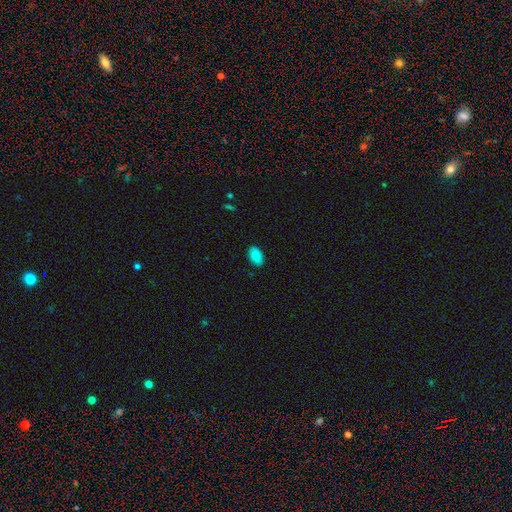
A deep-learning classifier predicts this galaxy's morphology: smooth 88%, star or artifact 8%, featured or disk 4%. Down the decision tree: how rounded — in between (93%); merging — none (85%).